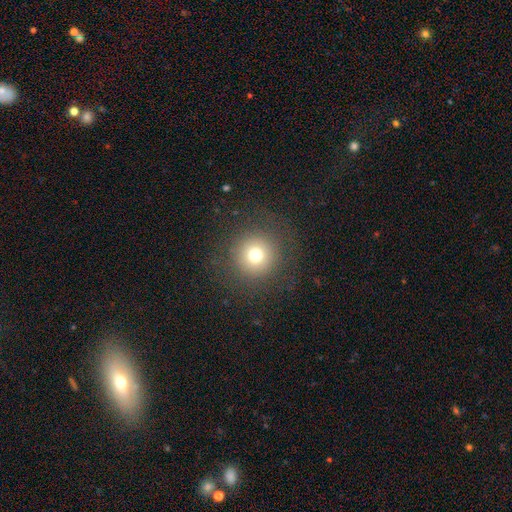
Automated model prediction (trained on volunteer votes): This is likely a smooth galaxy (72%). How rounded: clearly round (95%). Merging: clearly none (89%).